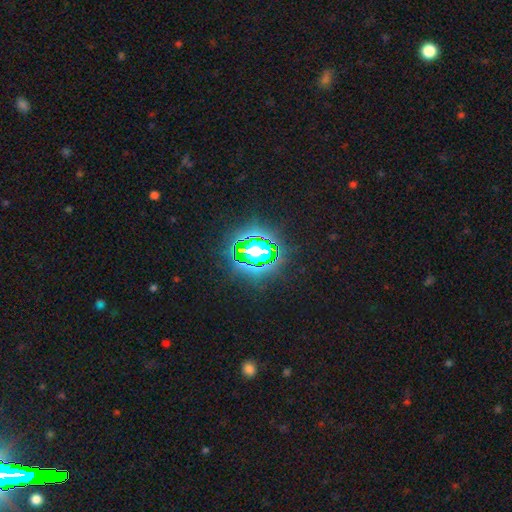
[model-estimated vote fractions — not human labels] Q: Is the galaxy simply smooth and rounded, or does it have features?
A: star or artifact — 80%.